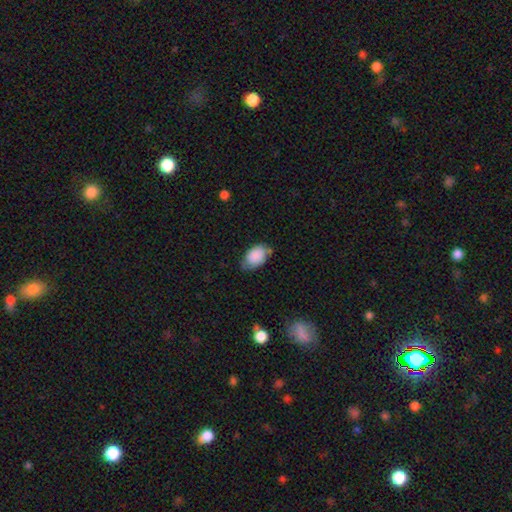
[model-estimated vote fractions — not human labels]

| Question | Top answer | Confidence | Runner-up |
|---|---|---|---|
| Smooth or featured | smooth | 86% | star or artifact (7%) |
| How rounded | in between | 88% | round (11%) |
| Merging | none | 59% | minor disturbance (31%) |